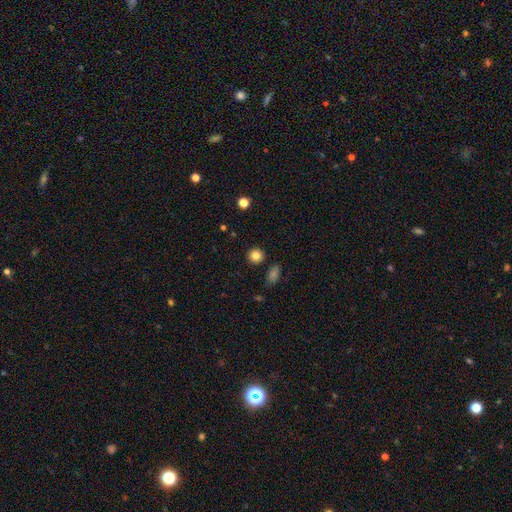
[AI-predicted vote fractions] smooth-or-featured: smooth: 84% | star or artifact: 11% | featured or disk: 5%
  how-rounded: round: 91% | in between: 8% | cigar-shaped: 1%
  merging: none: 89% | minor disturbance: 6% | merger: 3% | major disturbance: 2%